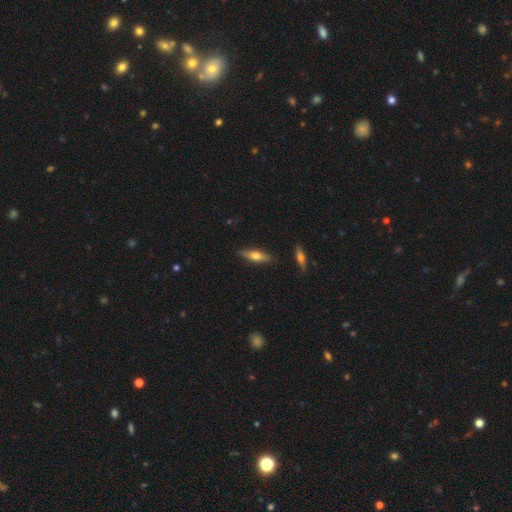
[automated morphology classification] Overall: smooth (50%; featured or disk 44%). How rounded: cigar-shaped (66%; in between 32%). Merging: none (87%).